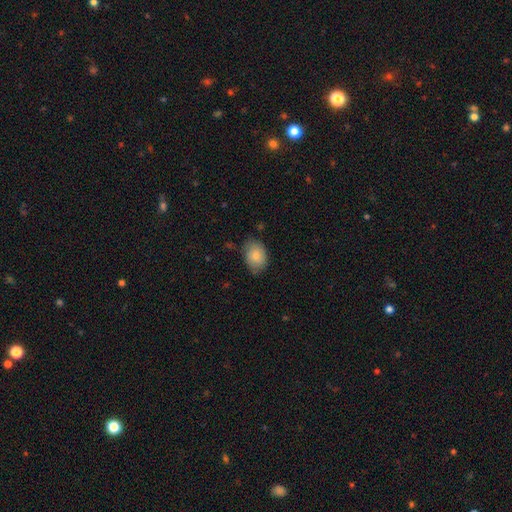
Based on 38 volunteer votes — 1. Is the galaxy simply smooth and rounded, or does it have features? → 87% smooth, 13% featured or disk, 0% star or artifact.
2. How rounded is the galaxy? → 73% in between, 27% round, 0% cigar-shaped.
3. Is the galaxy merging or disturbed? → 71% none, 21% minor disturbance, 5% major disturbance, 3% merger.